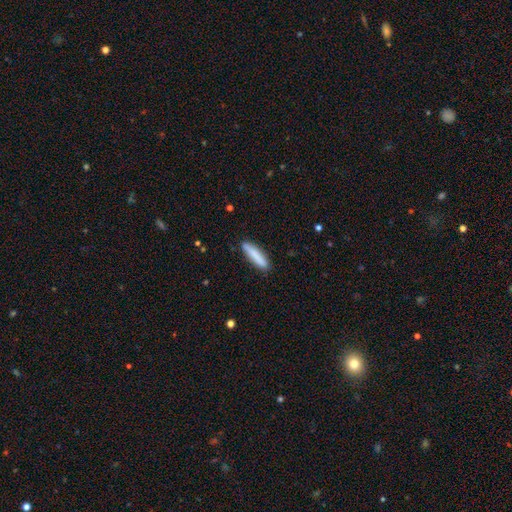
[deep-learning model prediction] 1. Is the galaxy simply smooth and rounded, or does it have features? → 82% smooth, 12% featured or disk, 6% star or artifact.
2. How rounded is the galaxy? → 85% cigar-shaped, 14% in between, 1% round.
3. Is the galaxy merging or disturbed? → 85% none, 11% minor disturbance, 2% major disturbance, 2% merger.